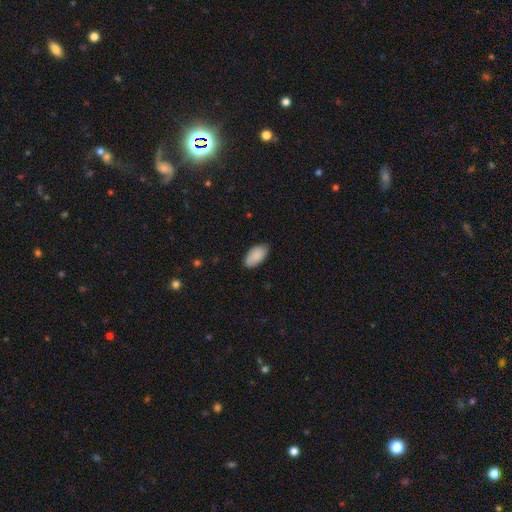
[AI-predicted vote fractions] Smooth or featured: smooth — 88% (star or artifact — 6%)
How rounded: in between — 95% (cigar-shaped — 3%)
Merging: none — 82% (minor disturbance — 15%)